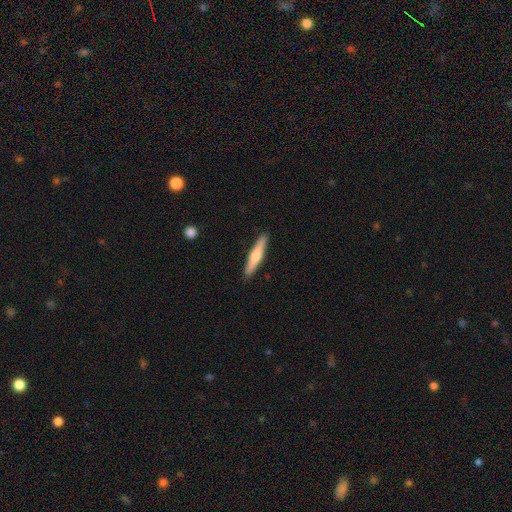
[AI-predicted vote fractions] A smooth galaxy with no disk features (58%) that is cigar-shaped (90%).

Vote fractions:
- Smooth or featured? smooth: 58% / featured or disk: 37% / star or artifact: 5%
- How rounded? cigar-shaped: 90% / in between: 9% / round: 1%
- Merging? none: 90% / minor disturbance: 7% / major disturbance: 1% / merger: 1%